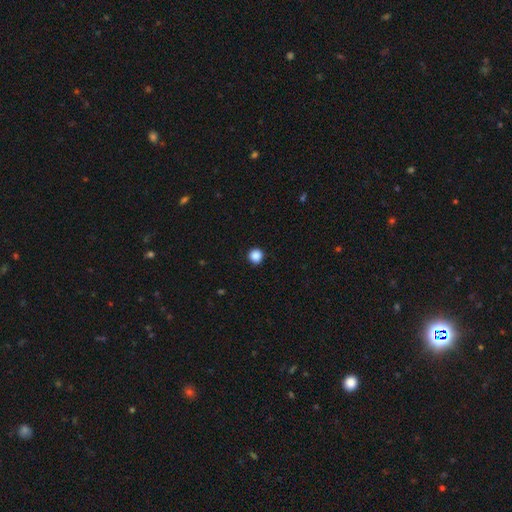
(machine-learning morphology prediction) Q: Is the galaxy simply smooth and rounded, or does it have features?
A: smooth — 88%.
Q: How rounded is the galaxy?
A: round — 95%.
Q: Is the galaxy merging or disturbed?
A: none — 91%.